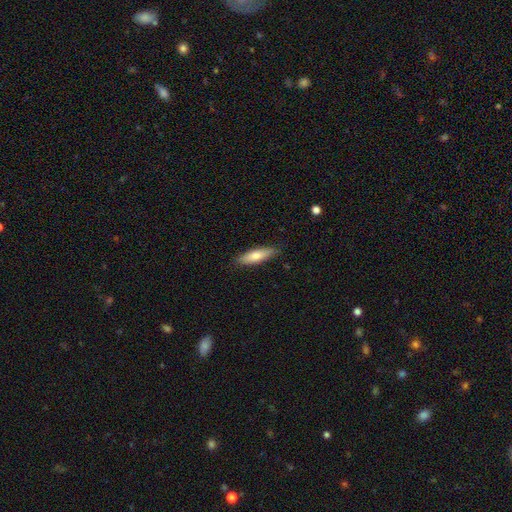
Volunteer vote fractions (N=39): Q: Smooth or featured?
A: smooth (72%); runner-up: featured or disk (26%)
Q: How rounded?
A: cigar-shaped (68%); runner-up: in between (25%)
Q: Merging?
A: none (82%); runner-up: minor disturbance (11%)